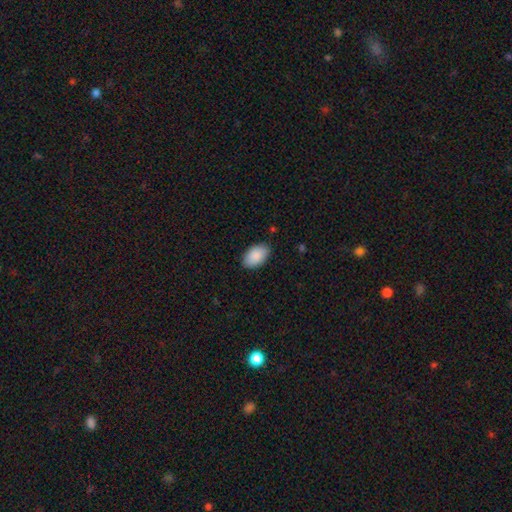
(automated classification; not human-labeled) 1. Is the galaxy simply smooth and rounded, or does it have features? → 89% smooth, 6% star or artifact, 5% featured or disk.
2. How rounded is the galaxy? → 95% in between, 4% round, 1% cigar-shaped.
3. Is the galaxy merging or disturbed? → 86% none, 11% minor disturbance, 2% major disturbance, 1% merger.